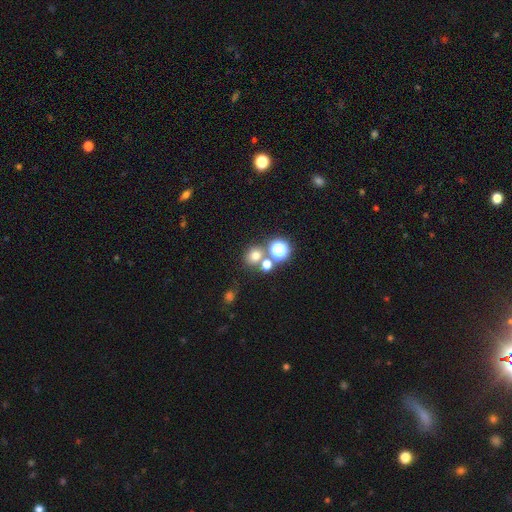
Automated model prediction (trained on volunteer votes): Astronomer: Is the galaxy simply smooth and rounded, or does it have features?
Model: smooth — 68%.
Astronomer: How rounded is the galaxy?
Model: round — 77%.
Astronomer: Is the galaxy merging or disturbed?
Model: none — 60%.